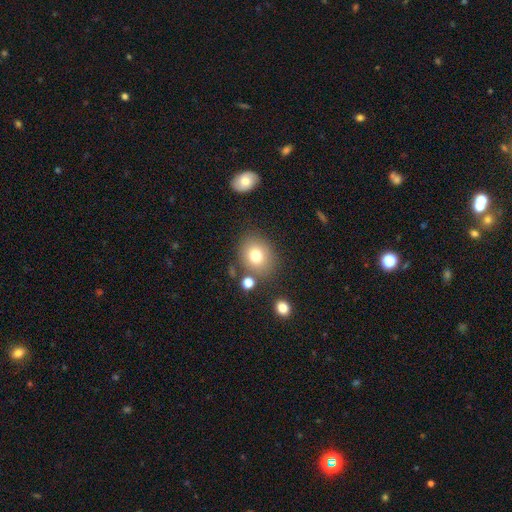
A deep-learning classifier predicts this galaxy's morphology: A smooth galaxy with no disk features (77%) that is round (65%).

Vote fractions:
- Smooth or featured? smooth: 77% / star or artifact: 12% / featured or disk: 11%
- How rounded? round: 65% / in between: 34% / cigar-shaped: 1%
- Merging? none: 77% / minor disturbance: 12% / merger: 7% / major disturbance: 4%